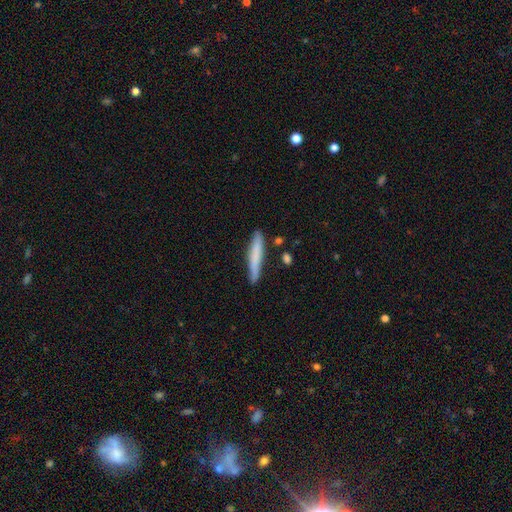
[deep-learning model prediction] Morphology: type=smooth (70%); roundness=cigar-shaped (94%); merging=none (83%).